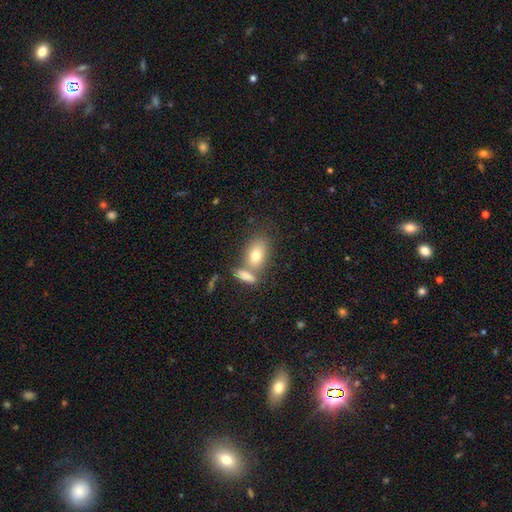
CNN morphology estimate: Smooth or featured? Predicted: smooth (p=0.77). How rounded? Predicted: in between (p=0.85). Merging? Predicted: none (p=0.45).